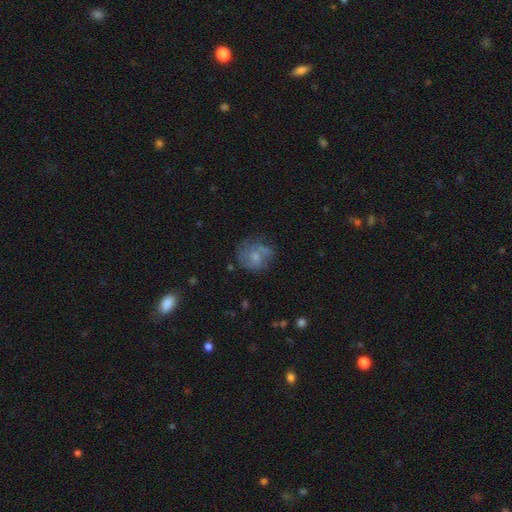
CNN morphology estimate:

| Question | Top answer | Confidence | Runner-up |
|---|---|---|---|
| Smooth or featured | featured or disk | 47% | smooth (44%) |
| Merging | none | 57% | minor disturbance (24%) |